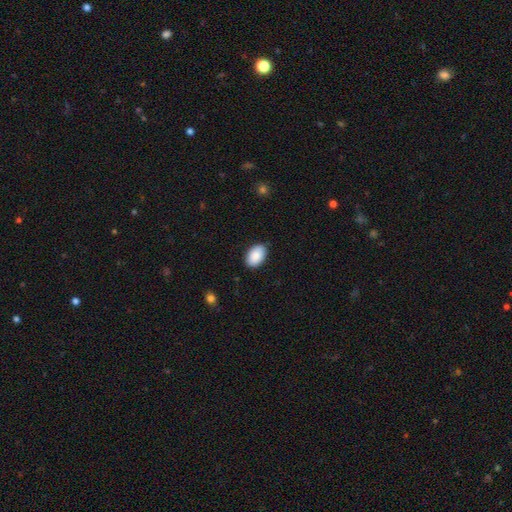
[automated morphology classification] Smooth or featured?
  - smooth: 90% *
  - star or artifact: 6%
  - featured or disk: 4%
How rounded?
  - in between: 91% *
  - round: 8%
  - cigar-shaped: 1%
Merging?
  - none: 86% *
  - minor disturbance: 11%
  - major disturbance: 2%
  - merger: 1%